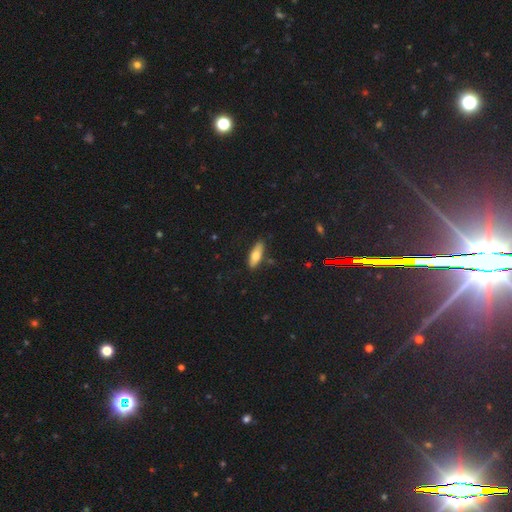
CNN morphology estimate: type=smooth (69%); roundness=in between (58%); merging=none (82%).